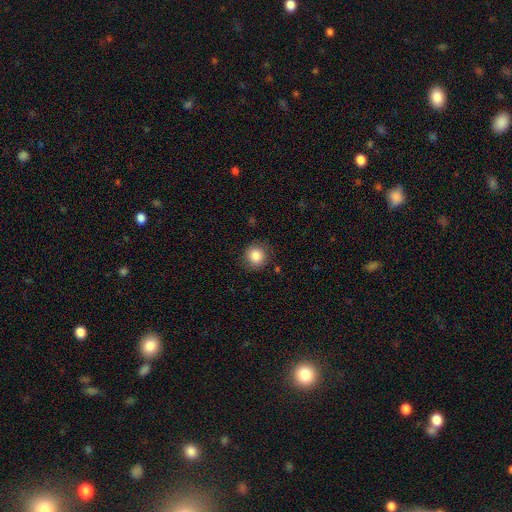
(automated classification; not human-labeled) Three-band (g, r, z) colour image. It shows a smooth galaxy with no disk features (85%) that is round (90%). Merging: none (85%).